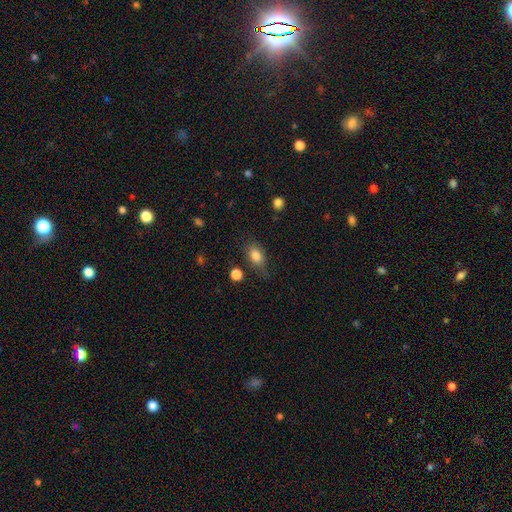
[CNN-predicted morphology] Smooth or featured: smooth — 82% (featured or disk — 9%)
How rounded: in between — 81% (round — 16%)
Merging: none — 66% (minor disturbance — 23%)